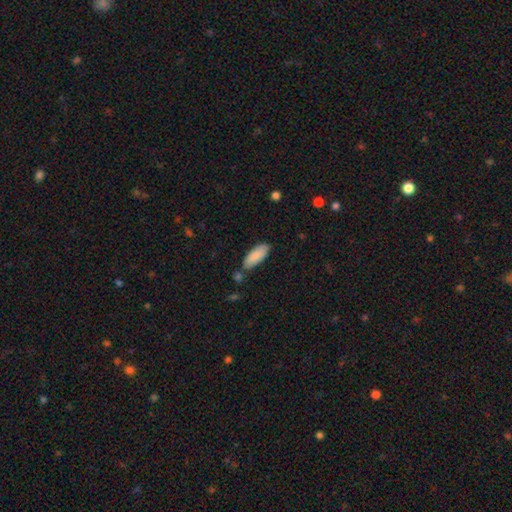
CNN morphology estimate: A smooth galaxy with no disk features (89%) that is in between round and cigar-shaped (75%).

Vote fractions:
- Smooth or featured? smooth: 89% / star or artifact: 6% / featured or disk: 6%
- How rounded? in between: 75% / cigar-shaped: 24% / round: 2%
- Merging? none: 73% / minor disturbance: 17% / merger: 6% / major disturbance: 3%